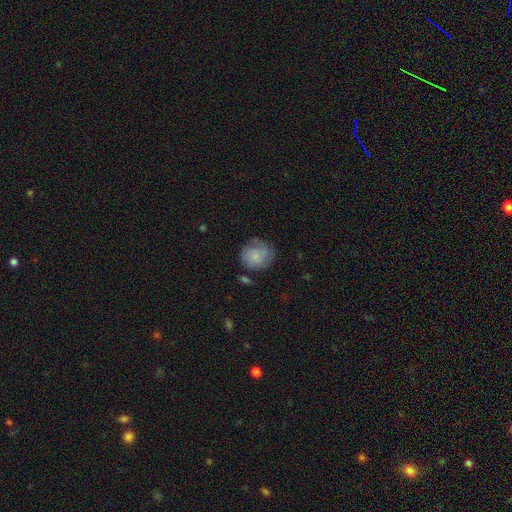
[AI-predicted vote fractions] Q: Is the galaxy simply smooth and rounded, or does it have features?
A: smooth — 59%.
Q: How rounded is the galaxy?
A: round — 83%.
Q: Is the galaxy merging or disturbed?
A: none — 60%.